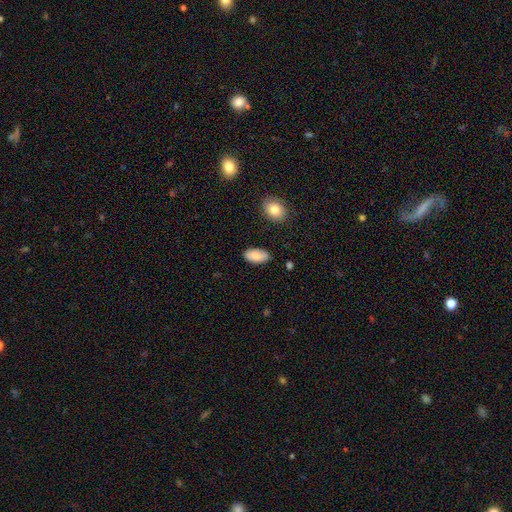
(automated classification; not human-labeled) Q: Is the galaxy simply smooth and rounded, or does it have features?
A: smooth — 82%.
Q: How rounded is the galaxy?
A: in between — 95%.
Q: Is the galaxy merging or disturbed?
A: none — 85%.